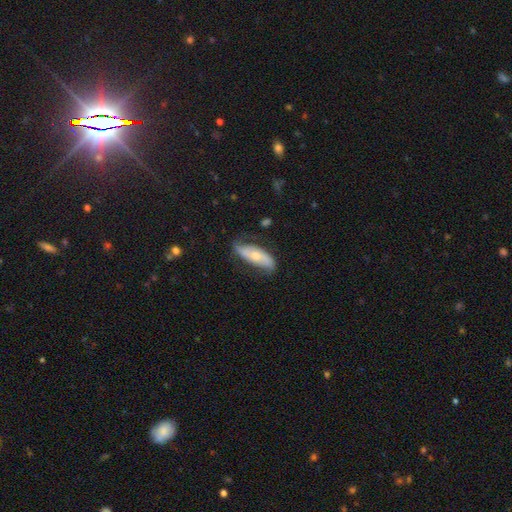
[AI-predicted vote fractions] Smooth or featured? featured or disk (55%)
Edge-on disk? no (77%)
Merging? none (64%)